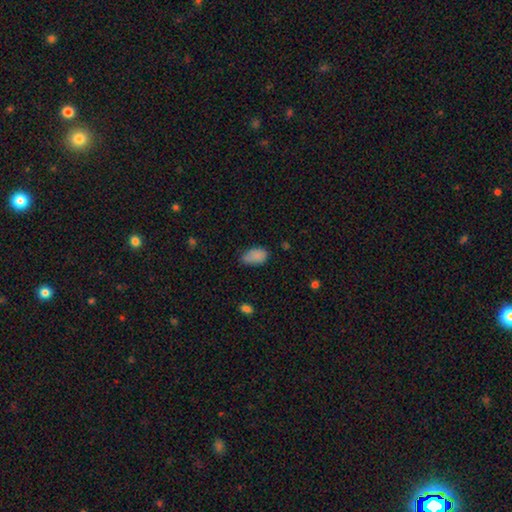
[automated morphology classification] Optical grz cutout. It shows a smooth galaxy with no disk features (84%) that is in between round and cigar-shaped (91%). Merging: none (54%).